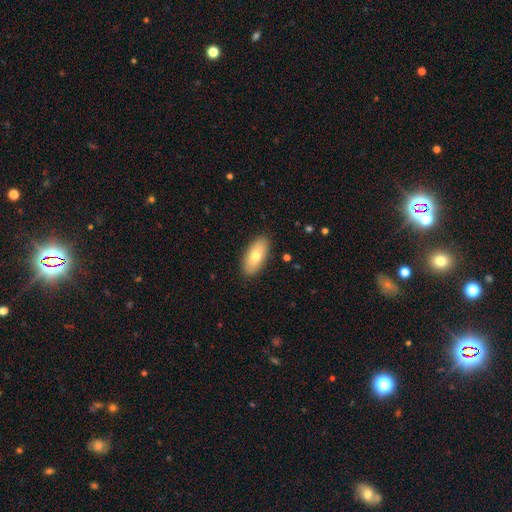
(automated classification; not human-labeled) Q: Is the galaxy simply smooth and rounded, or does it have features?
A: smooth — 73%.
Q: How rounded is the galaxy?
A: in between — 88%.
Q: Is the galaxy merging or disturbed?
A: none — 88%.